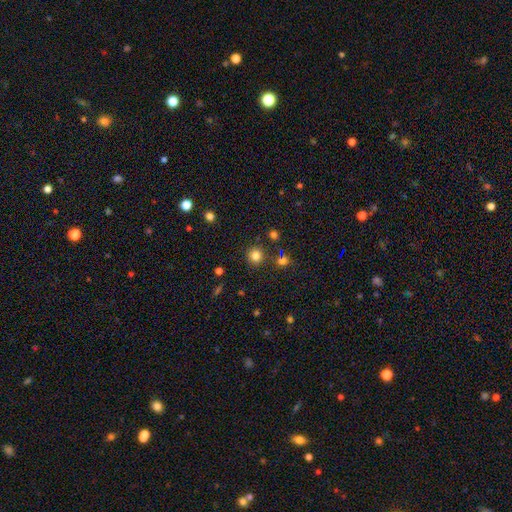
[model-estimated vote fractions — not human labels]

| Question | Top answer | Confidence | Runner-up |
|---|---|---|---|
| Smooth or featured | smooth | 80% | star or artifact (15%) |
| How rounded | round | 92% | in between (7%) |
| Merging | none | 87% | minor disturbance (7%) |